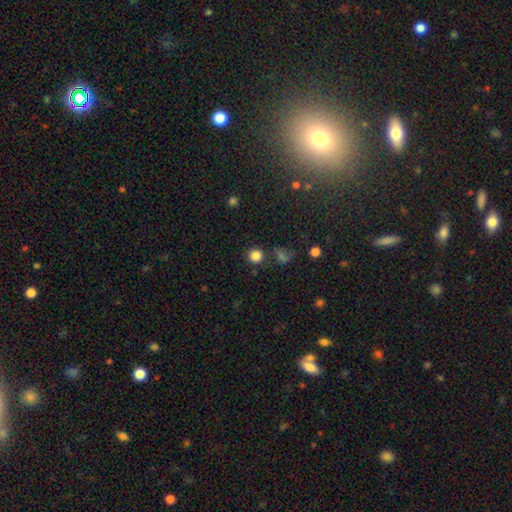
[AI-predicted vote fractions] smooth_or_featured: smooth (p=0.82) [alt: star or artifact p=0.14]
how_rounded: round (p=0.92) [alt: in between p=0.07]
merging: none (p=0.83) [alt: minor disturbance p=0.08]